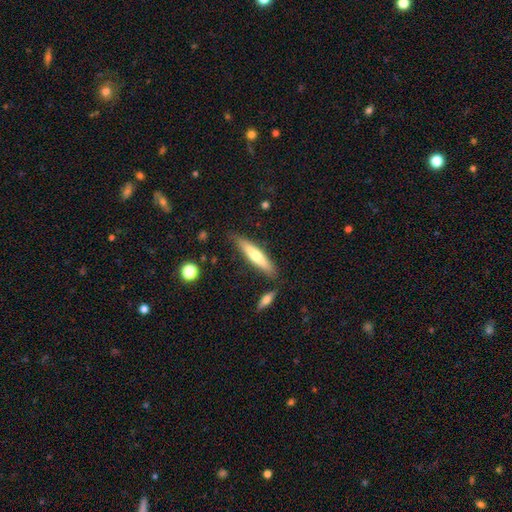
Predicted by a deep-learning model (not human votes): A smooth galaxy with no disk features (58%) that is cigar-shaped (84%).

Vote fractions:
- Smooth or featured? smooth: 58% / featured or disk: 37% / star or artifact: 6%
- How rounded? cigar-shaped: 84% / in between: 15% / round: 1%
- Merging? none: 81% / minor disturbance: 12% / merger: 4% / major disturbance: 2%